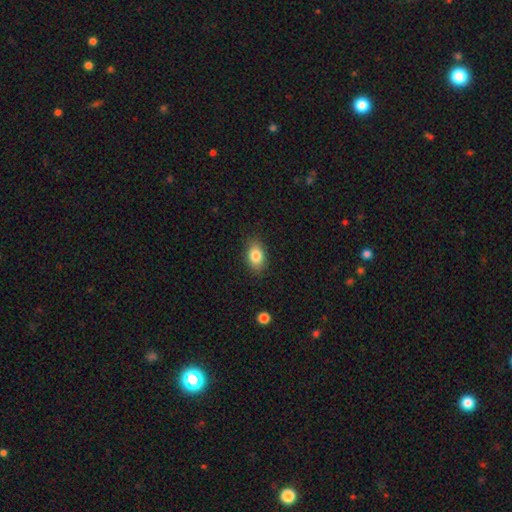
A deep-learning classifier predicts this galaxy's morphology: Smooth or featured?
  - smooth: 83% *
  - star or artifact: 8%
  - featured or disk: 8%
How rounded?
  - in between: 83% *
  - round: 15%
  - cigar-shaped: 2%
Merging?
  - none: 85% *
  - minor disturbance: 11%
  - major disturbance: 3%
  - merger: 1%